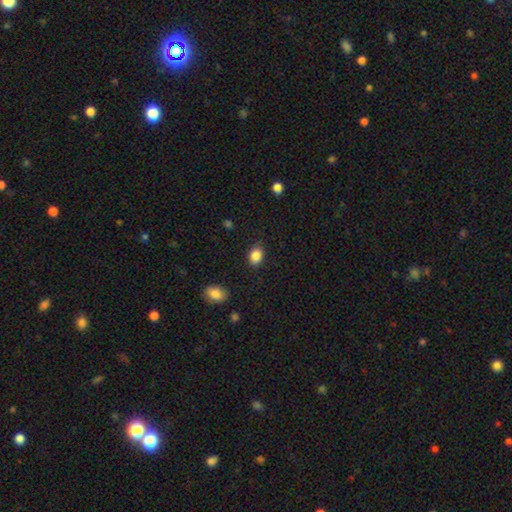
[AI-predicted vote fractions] Morphology: type=smooth (87%); roundness=in between (74%); merging=none (86%).